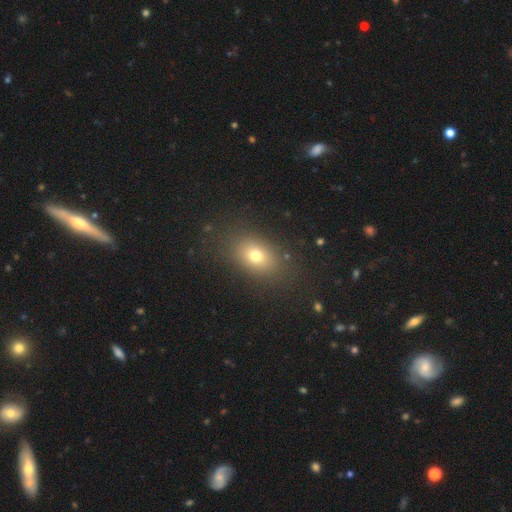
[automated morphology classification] A smooth galaxy with no disk features (73%) that is in between round and cigar-shaped (74%). Merging: none (83%).